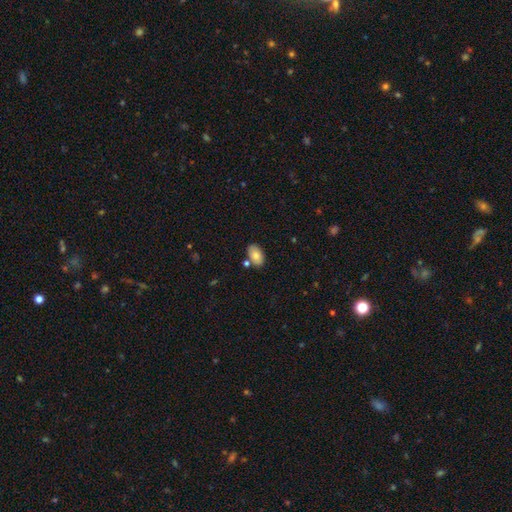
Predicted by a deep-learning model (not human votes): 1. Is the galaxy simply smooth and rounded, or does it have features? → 81% smooth, 12% featured or disk, 7% star or artifact.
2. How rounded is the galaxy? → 93% in between, 6% round, 1% cigar-shaped.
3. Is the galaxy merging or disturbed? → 75% none, 13% minor disturbance, 9% merger, 3% major disturbance.